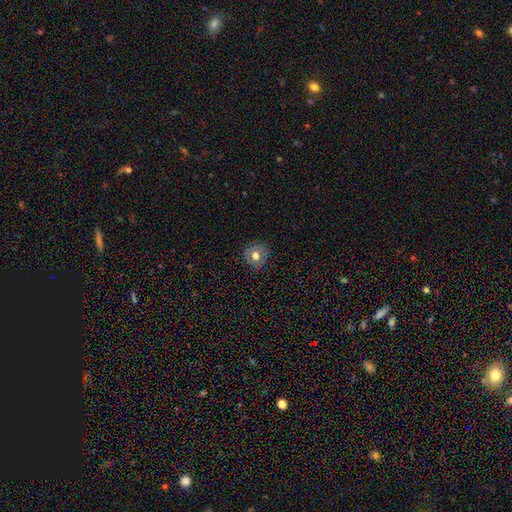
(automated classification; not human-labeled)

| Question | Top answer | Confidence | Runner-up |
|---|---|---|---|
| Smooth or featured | smooth | 66% | featured or disk (21%) |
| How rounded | round | 89% | in between (10%) |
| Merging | none | 86% | minor disturbance (10%) |